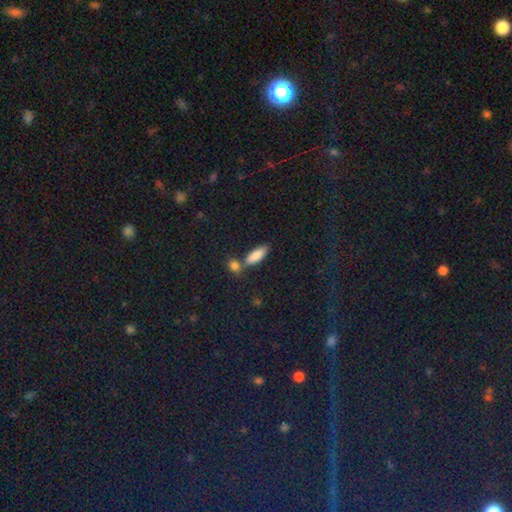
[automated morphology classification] Smooth or featured? smooth (85%)
How rounded? in between (65%)
Merging? none (59%)